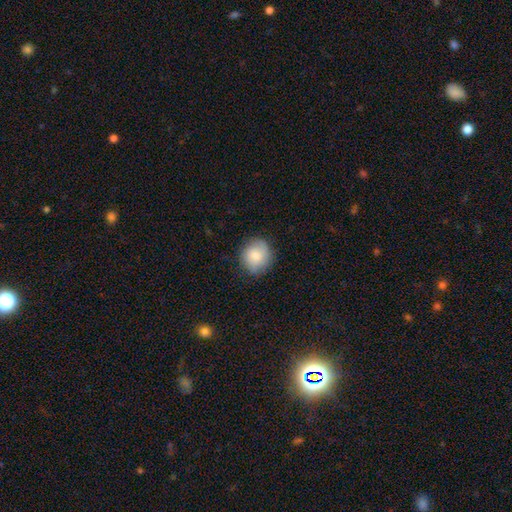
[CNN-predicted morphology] Smooth or featured? Predicted: smooth (p=0.80). How rounded? Predicted: round (p=0.84). Merging? Predicted: none (p=0.81).